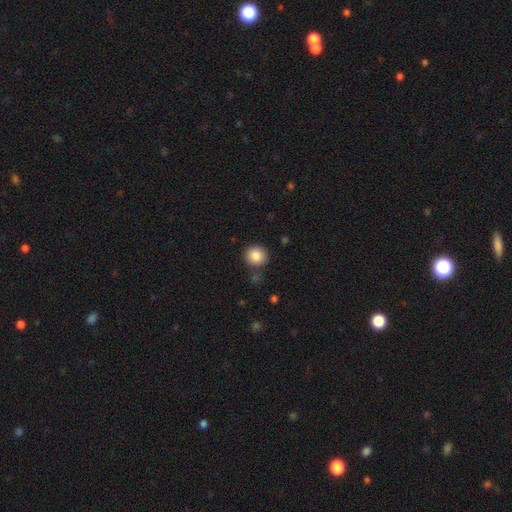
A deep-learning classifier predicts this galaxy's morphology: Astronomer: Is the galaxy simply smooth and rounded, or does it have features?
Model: smooth — 87%.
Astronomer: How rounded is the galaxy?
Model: round — 90%.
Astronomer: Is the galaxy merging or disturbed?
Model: none — 82%.